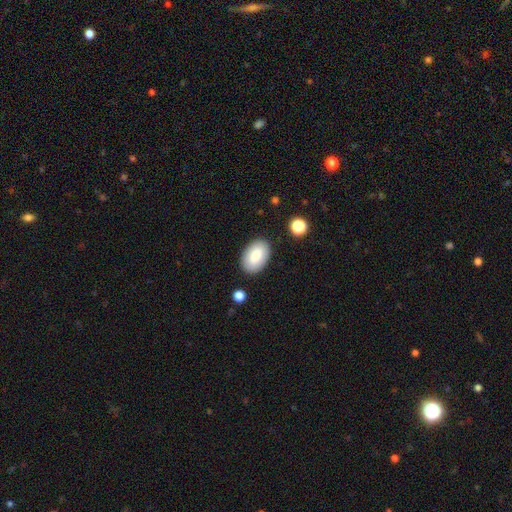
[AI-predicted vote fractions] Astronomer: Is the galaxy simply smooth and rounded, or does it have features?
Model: smooth — 85%.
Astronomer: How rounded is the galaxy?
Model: in between — 92%.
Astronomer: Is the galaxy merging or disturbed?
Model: none — 87%.